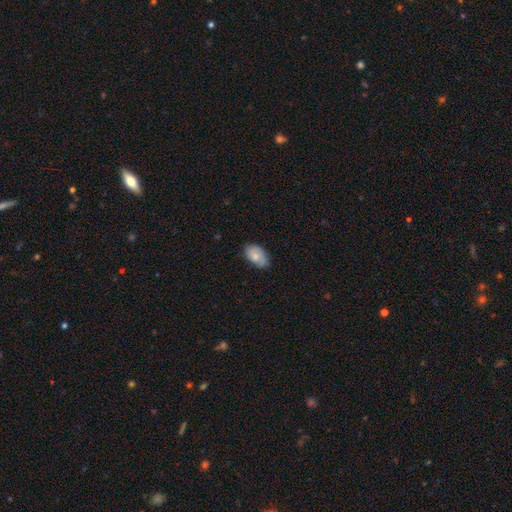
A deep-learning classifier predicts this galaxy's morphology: A smooth galaxy with no disk features (74%) that is in between round and cigar-shaped (91%). Merging: none (71%).